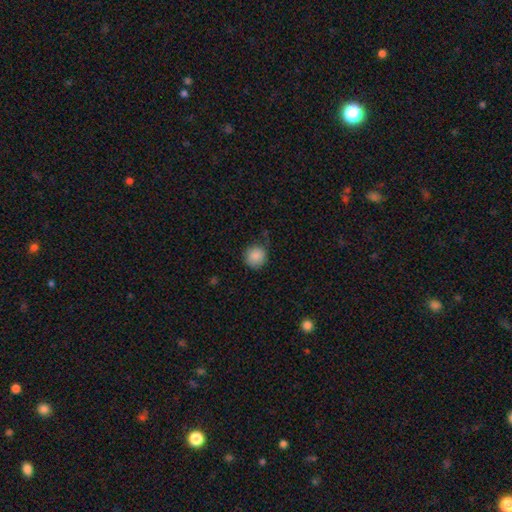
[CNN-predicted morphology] Overall: smooth (88%). How rounded: round (91%). Merging: none (75%).